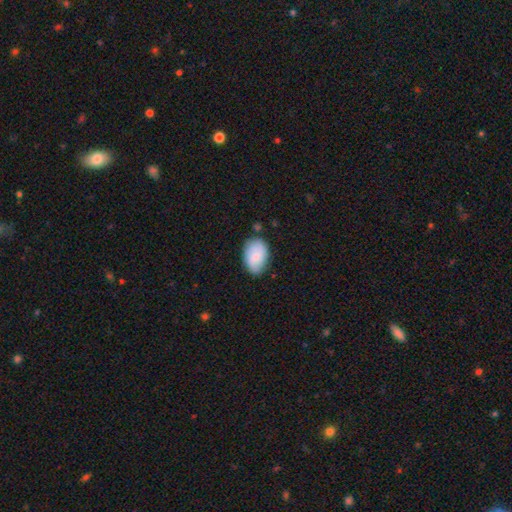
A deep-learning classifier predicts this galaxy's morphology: Smooth or featured: smooth — 71% (featured or disk — 22%)
How rounded: in between — 88% (round — 11%)
Merging: none — 71% (minor disturbance — 22%)